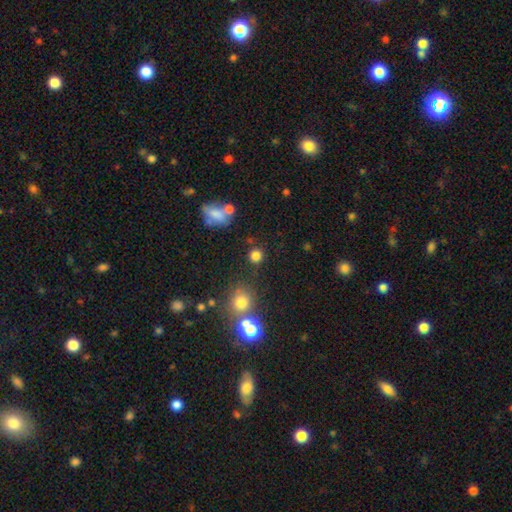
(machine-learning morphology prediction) This appears to be a smooth galaxy with no disk features (80%) that is round (89%). Merging: none (78%).